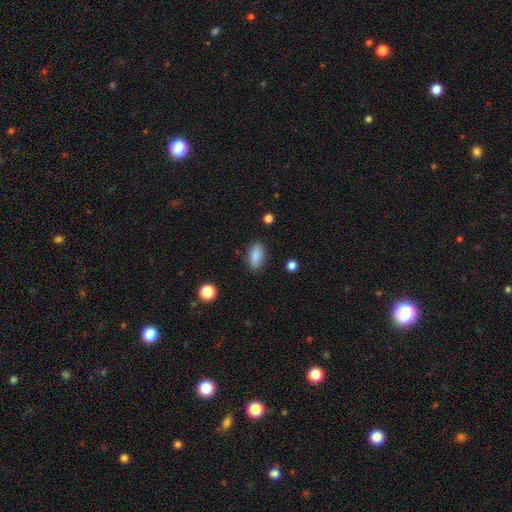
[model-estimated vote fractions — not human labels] Q: Smooth or featured?
A: smooth (87%); runner-up: star or artifact (7%)
Q: How rounded?
A: in between (89%); runner-up: cigar-shaped (7%)
Q: Merging?
A: none (86%); runner-up: minor disturbance (10%)